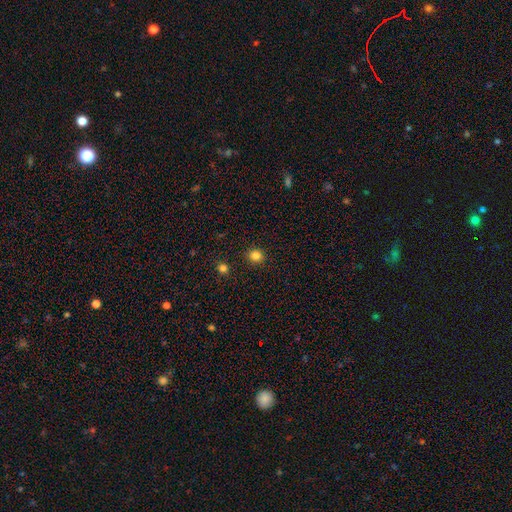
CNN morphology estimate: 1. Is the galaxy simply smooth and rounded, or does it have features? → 82% smooth, 13% star or artifact, 4% featured or disk.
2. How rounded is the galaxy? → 87% round, 12% in between, 1% cigar-shaped.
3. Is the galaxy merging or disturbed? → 91% none, 6% minor disturbance, 2% major disturbance, 2% merger.